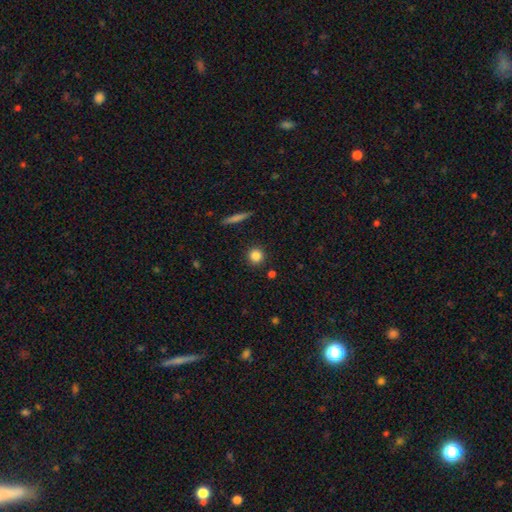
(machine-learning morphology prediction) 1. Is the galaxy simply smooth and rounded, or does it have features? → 84% smooth, 10% star or artifact, 6% featured or disk.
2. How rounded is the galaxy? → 92% round, 6% in between, 2% cigar-shaped.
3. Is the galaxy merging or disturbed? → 89% none, 6% minor disturbance, 2% merger, 2% major disturbance.